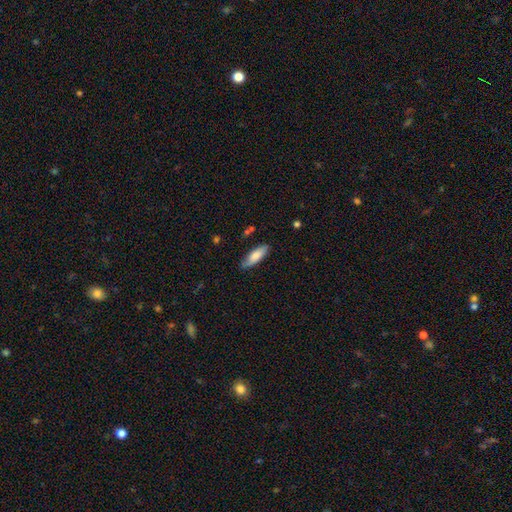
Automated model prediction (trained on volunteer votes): Smooth or featured? smooth (74%)
How rounded? in between (59%)
Merging? none (78%)